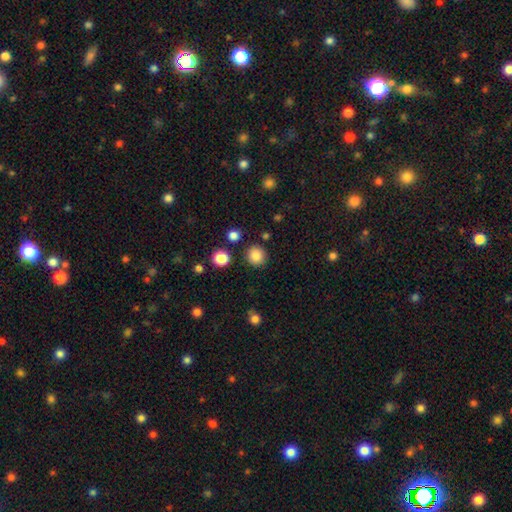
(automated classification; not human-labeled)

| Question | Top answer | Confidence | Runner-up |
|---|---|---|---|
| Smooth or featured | smooth | 85% | star or artifact (10%) |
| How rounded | round | 92% | in between (7%) |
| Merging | none | 88% | minor disturbance (7%) |